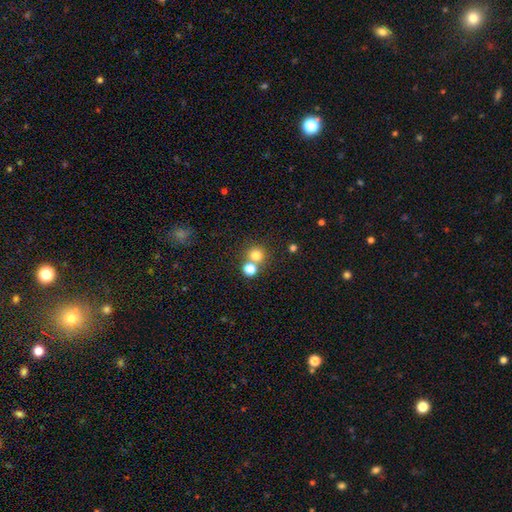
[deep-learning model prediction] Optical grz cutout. It shows a smooth galaxy with no disk features (76%) that is round (91%). Merging: none (63%).